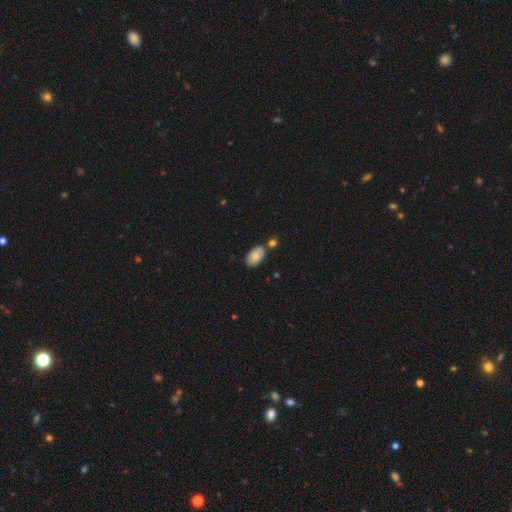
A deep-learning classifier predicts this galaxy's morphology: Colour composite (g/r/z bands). It shows a smooth galaxy with no disk features (79%) that is in between round and cigar-shaped (94%). Merging: none (69%).